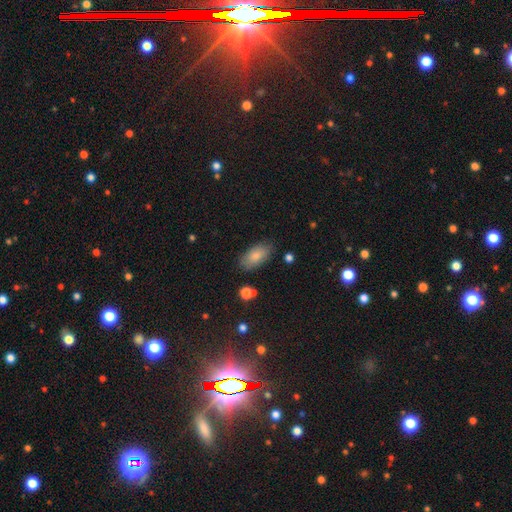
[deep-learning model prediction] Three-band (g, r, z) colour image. It shows a smooth galaxy with no disk features (82%) that is in between round and cigar-shaped (92%). Merging: none (80%).